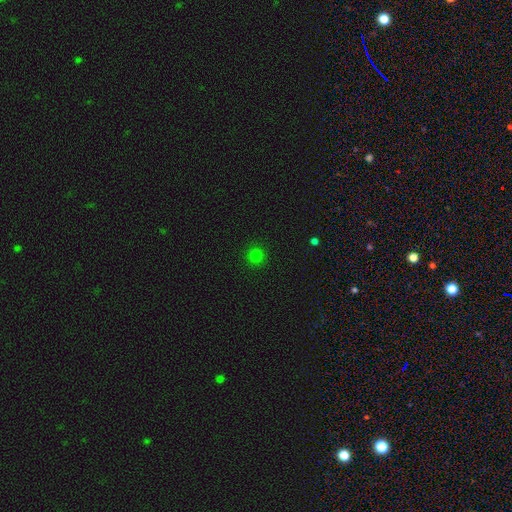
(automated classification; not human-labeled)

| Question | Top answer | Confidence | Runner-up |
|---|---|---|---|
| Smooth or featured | smooth | 79% | star or artifact (17%) |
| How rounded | round | 94% | in between (5%) |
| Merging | none | 92% | minor disturbance (5%) |